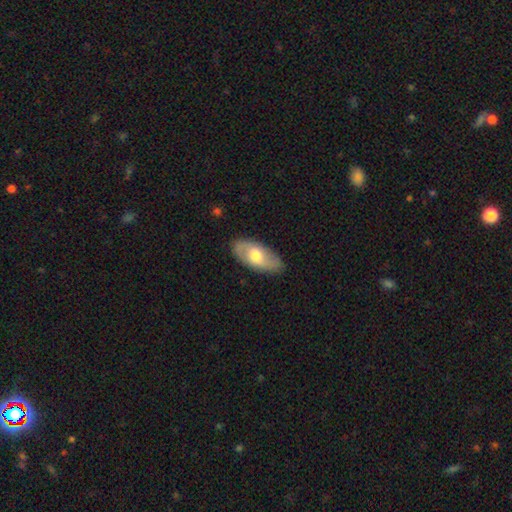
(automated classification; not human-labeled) Smooth or featured: smooth — 51% (featured or disk — 44%)
How rounded: in between — 90% (cigar-shaped — 6%)
Merging: none — 85% (minor disturbance — 11%)